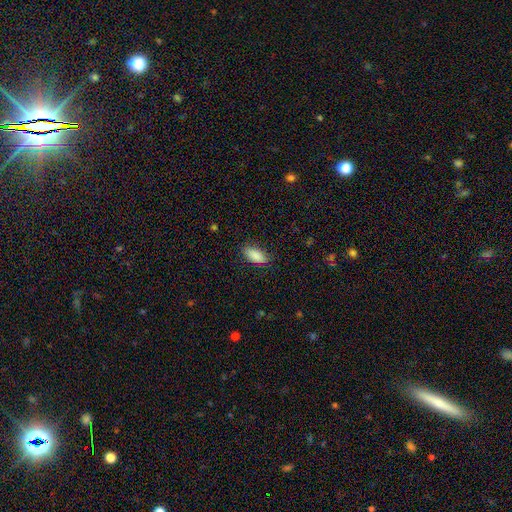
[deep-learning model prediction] smooth 88%, star or artifact 6%, featured or disk 5%. Down the decision tree: how rounded — in between (87%); merging — none (82%).